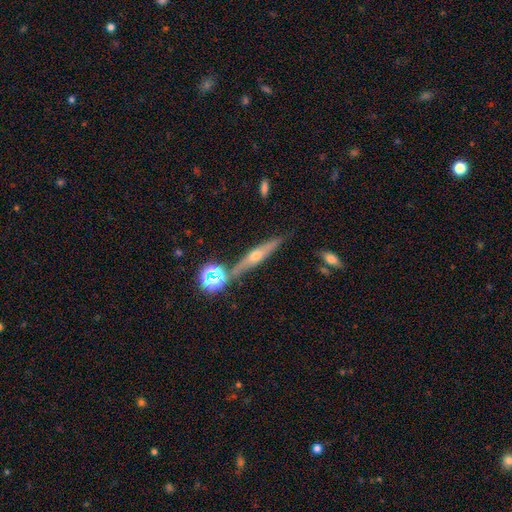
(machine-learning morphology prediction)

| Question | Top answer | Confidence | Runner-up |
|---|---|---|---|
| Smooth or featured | featured or disk | 68% | smooth (20%) |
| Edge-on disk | yes | 94% | no (6%) |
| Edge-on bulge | rounded | 89% | none (7%) |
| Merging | none | 79% | minor disturbance (10%) |